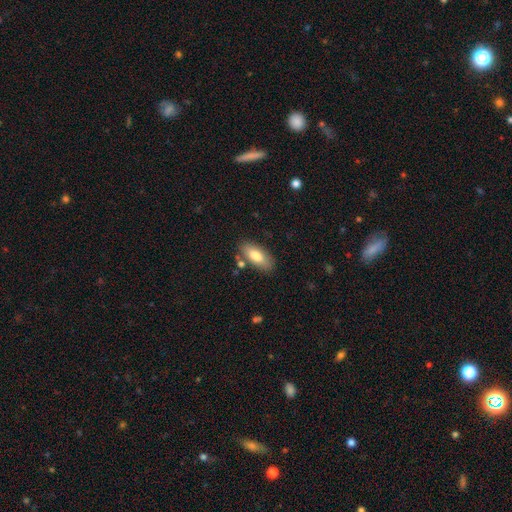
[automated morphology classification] The model was most divided on "smooth or featured": smooth: 77%, featured or disk: 17%, star or artifact: 6%. More confident: how rounded — in between (86%); merging — none (78%).